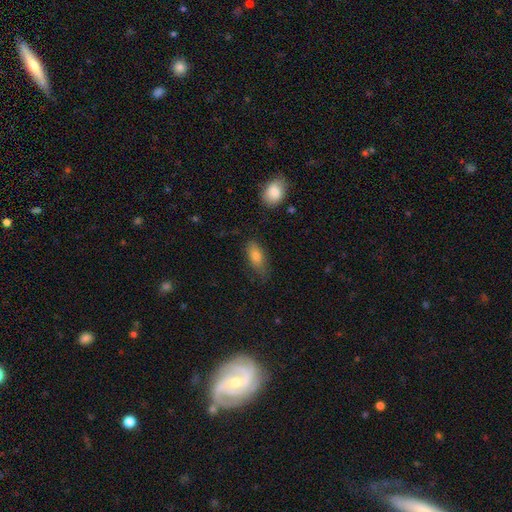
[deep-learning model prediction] Overall: smooth (78%). How rounded: in between (82%). Merging: none (68%).